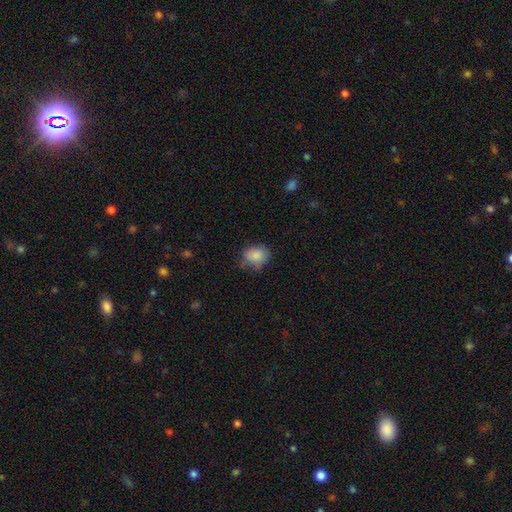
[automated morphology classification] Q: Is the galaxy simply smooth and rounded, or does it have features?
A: smooth — 85%.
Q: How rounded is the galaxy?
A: in between — 54%.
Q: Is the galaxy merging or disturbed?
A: none — 61%.